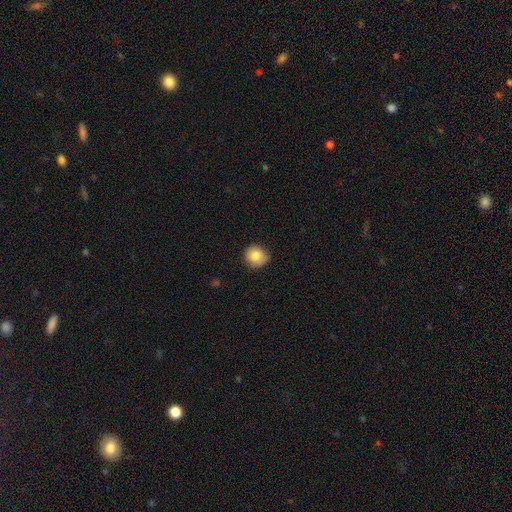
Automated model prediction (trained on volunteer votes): Smooth or featured? Predicted: smooth (p=0.83). How rounded? Predicted: round (p=0.88). Merging? Predicted: none (p=0.74).